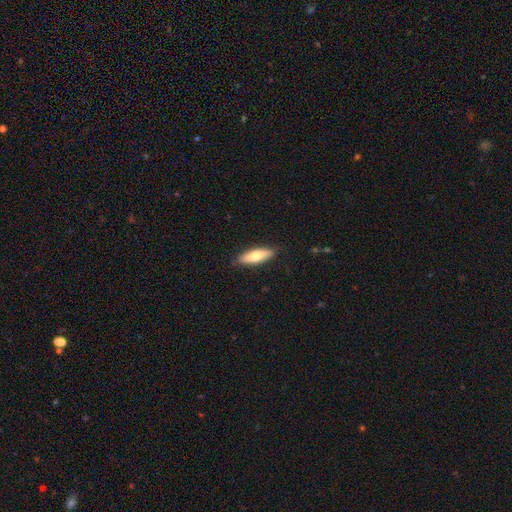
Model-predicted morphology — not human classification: Smooth or featured: smooth — 69% (featured or disk — 26%)
How rounded: in between — 54% (cigar-shaped — 44%)
Merging: none — 87% (minor disturbance — 10%)